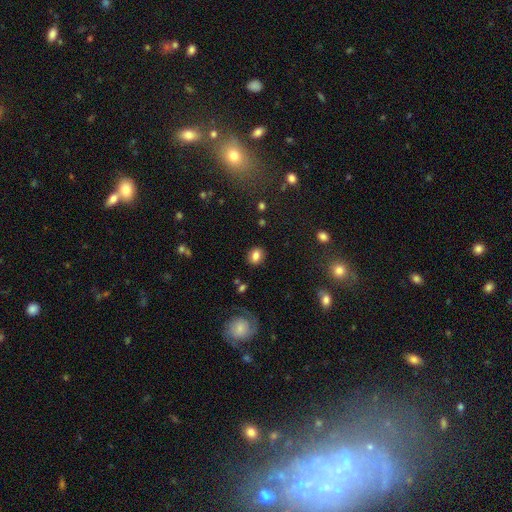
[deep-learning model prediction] A smooth galaxy with no disk features (80%) that is in between round and cigar-shaped (61%). Merging: none (85%).